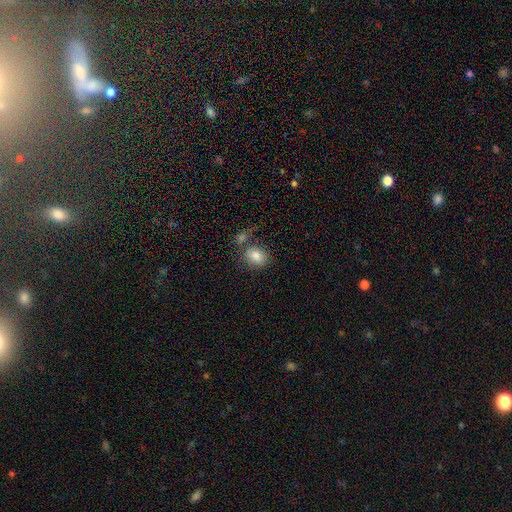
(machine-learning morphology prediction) smooth-or-featured: smooth: 83% | star or artifact: 9% | featured or disk: 8%
  how-rounded: round: 51% | in between: 48% | cigar-shaped: 1%
  merging: none: 62% | merger: 17% | minor disturbance: 15% | major disturbance: 6%